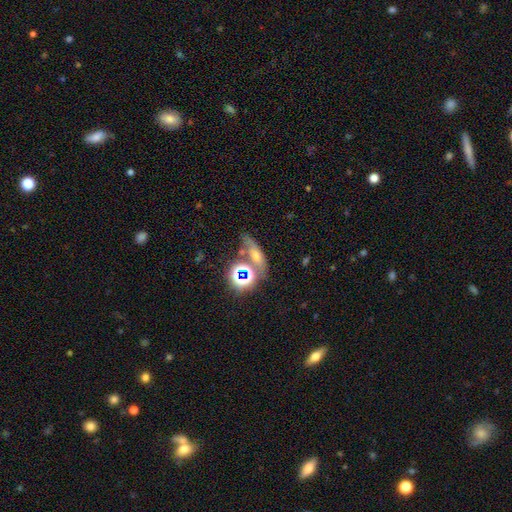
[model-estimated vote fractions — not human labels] Q: Smooth or featured?
A: star or artifact (39%); runner-up: smooth (36%)